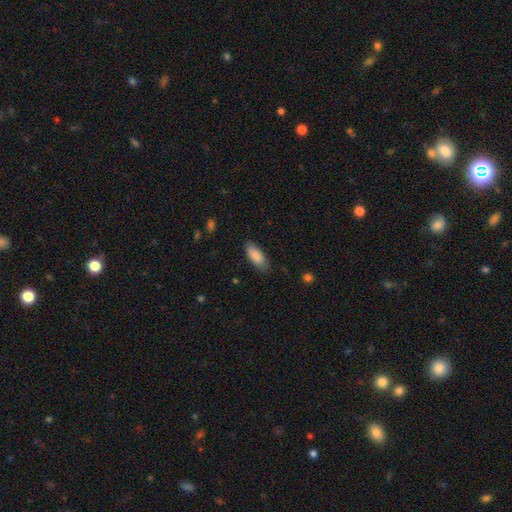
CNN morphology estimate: This is clearly a smooth galaxy (86%). How rounded: likely in between (79%). Merging: clearly none (81%).